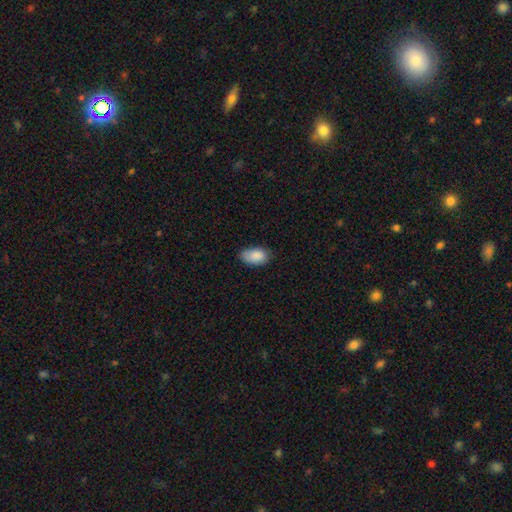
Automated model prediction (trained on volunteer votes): smooth_or_featured: smooth (p=0.88) [alt: star or artifact p=0.07]
how_rounded: in between (p=0.93) [alt: round p=0.06]
merging: none (p=0.71) [alt: minor disturbance p=0.24]